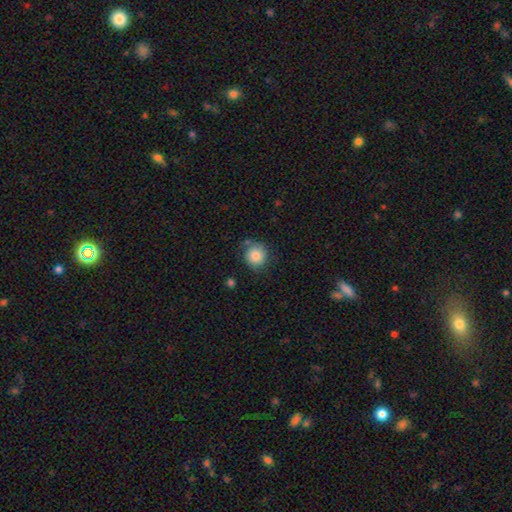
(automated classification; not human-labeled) smooth-or-featured: smooth: 81% | featured or disk: 11% | star or artifact: 8%
  how-rounded: round: 87% | in between: 12% | cigar-shaped: 1%
  merging: none: 66% | minor disturbance: 22% | major disturbance: 8% | merger: 5%